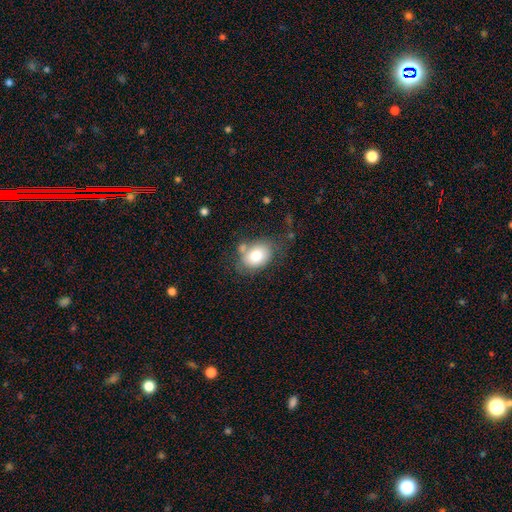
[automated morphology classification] Smooth or featured: smooth — 77% (featured or disk — 15%)
How rounded: in between — 72% (round — 28%)
Merging: none — 59% (minor disturbance — 21%)